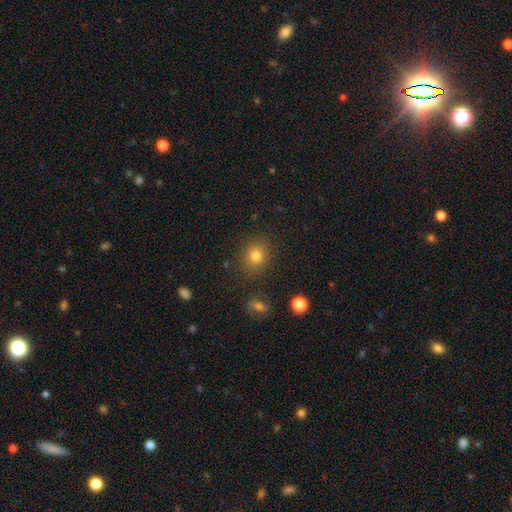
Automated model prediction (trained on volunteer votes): Morphology: type=smooth (79%); roundness=round (77%); merging=none (86%).